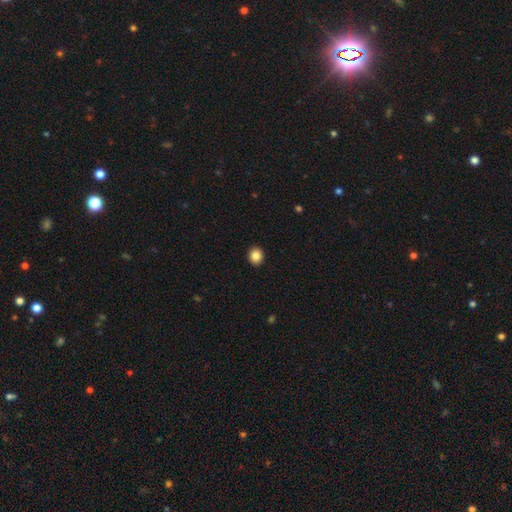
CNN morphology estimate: type=smooth (86%); roundness=round (74%); merging=none (93%).